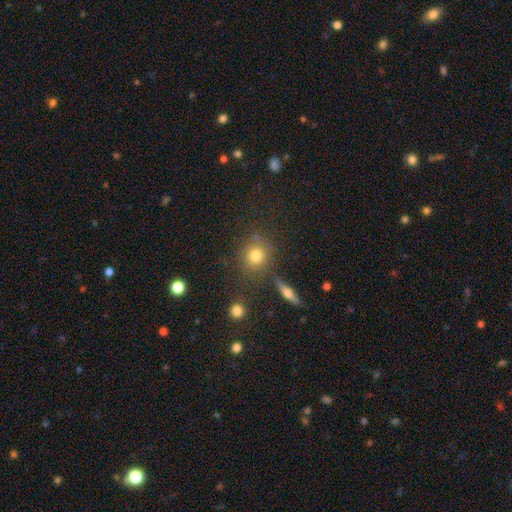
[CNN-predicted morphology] Smooth or featured: smooth — 76% (star or artifact — 13%)
How rounded: round — 84% (in between — 14%)
Merging: none — 75% (minor disturbance — 11%)